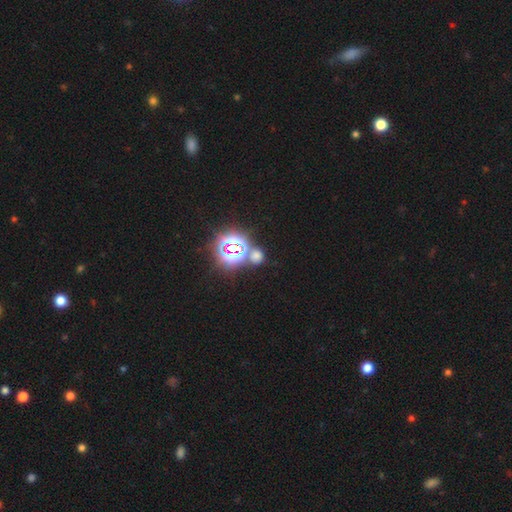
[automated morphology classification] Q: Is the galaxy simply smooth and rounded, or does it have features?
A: star or artifact — 51%.